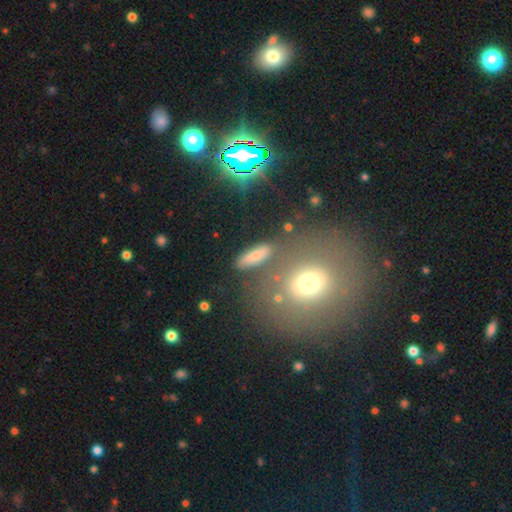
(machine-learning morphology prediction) This is likely a smooth galaxy (71%). How rounded: possibly cigar-shaped (55%). Merging: likely none (74%).